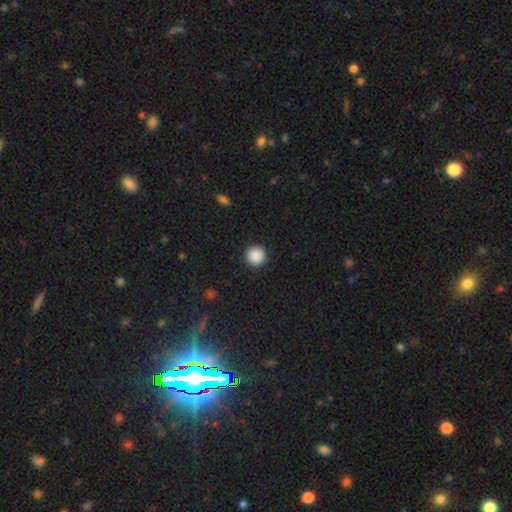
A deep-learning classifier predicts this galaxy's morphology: type=smooth (89%); roundness=round (96%); merging=none (93%).